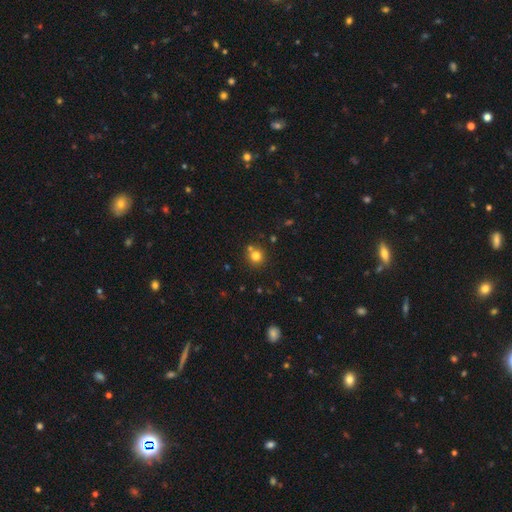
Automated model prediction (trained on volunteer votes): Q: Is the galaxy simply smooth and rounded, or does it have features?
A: smooth — 77%.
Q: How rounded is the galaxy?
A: round — 90%.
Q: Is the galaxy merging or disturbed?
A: none — 68%.